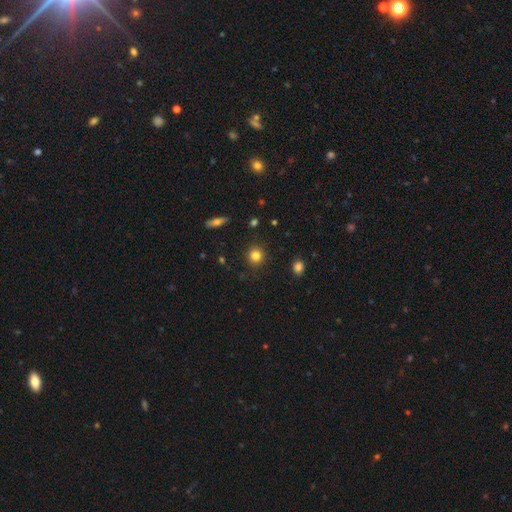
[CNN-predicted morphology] Q: Smooth or featured?
A: smooth (83%); runner-up: star or artifact (11%)
Q: How rounded?
A: round (91%); runner-up: in between (8%)
Q: Merging?
A: none (90%); runner-up: minor disturbance (7%)